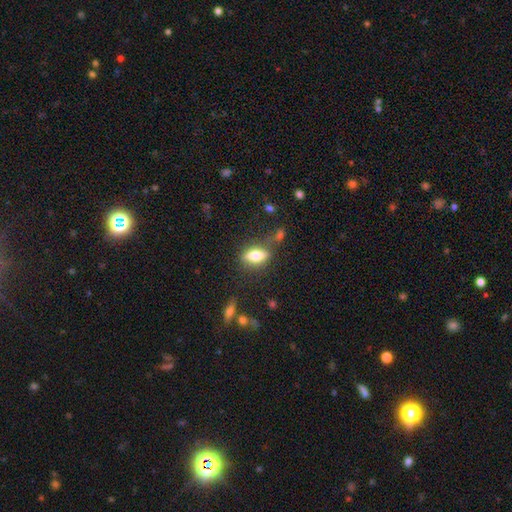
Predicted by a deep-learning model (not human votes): Smooth or featured? Predicted: smooth (p=0.57). How rounded? Predicted: in between (p=0.67). Merging? Predicted: none (p=0.68).